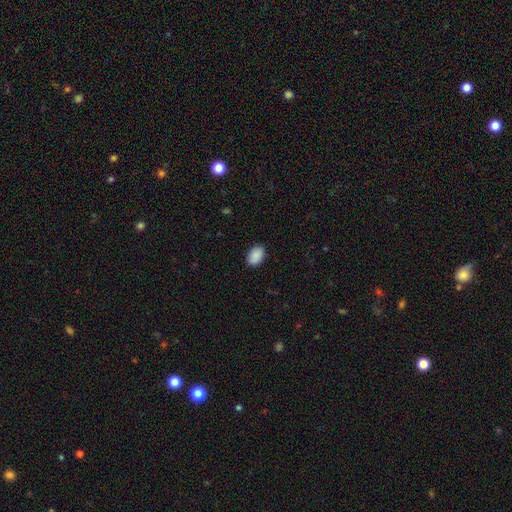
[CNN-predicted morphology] Smooth or featured? Predicted: smooth (p=0.90). How rounded? Predicted: in between (p=0.88). Merging? Predicted: none (p=0.88).